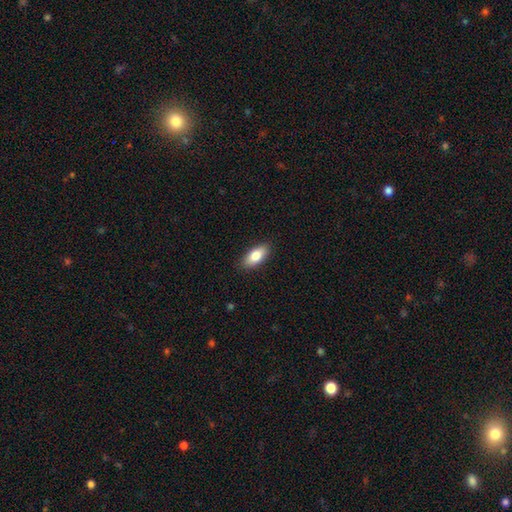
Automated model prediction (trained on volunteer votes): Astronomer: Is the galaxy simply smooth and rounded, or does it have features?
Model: smooth — 82%.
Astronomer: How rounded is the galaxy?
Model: in between — 87%.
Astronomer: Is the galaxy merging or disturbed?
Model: none — 88%.